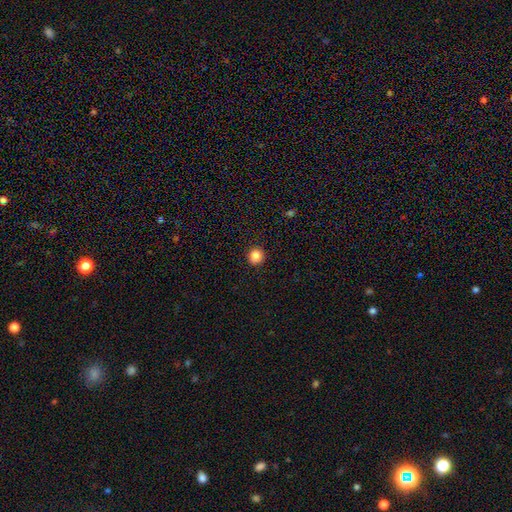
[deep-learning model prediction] This is clearly a smooth galaxy (86%). How rounded: clearly round (91%). Merging: clearly none (91%).